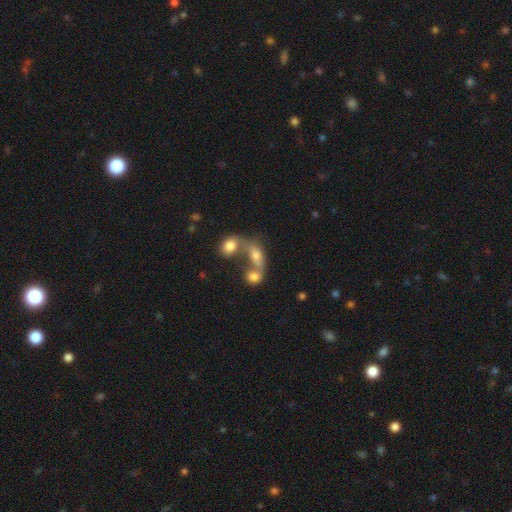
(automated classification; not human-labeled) A smooth galaxy with no disk features (66%) that is in between round and cigar-shaped (73%).

Vote fractions:
- Smooth or featured? smooth: 66% / featured or disk: 20% / star or artifact: 14%
- How rounded? in between: 73% / round: 21% / cigar-shaped: 6%
- Merging? merger: 66% / none: 20% / minor disturbance: 7% / major disturbance: 7%